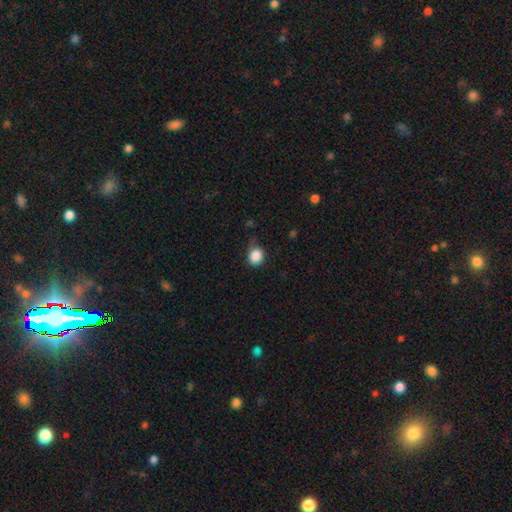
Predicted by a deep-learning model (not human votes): The model was most divided on "merging": none: 68%, minor disturbance: 25%, major disturbance: 5%, merger: 2%. More confident: smooth or featured — smooth (87%); how rounded — round (72%).